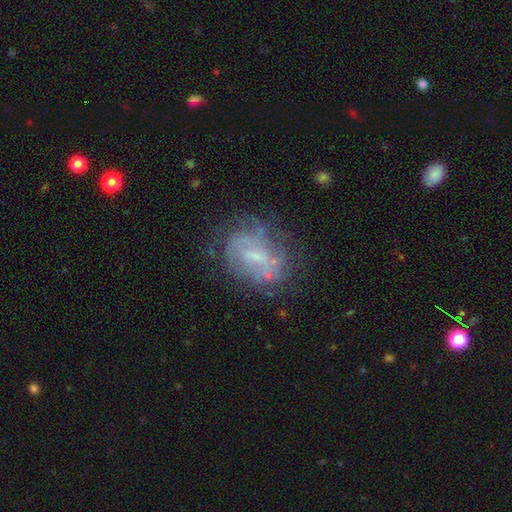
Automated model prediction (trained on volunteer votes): Morphology: type=featured or disk (67%); edge-on=no (97%); bar=weak (48%); spiral arms=yes (61%); bulge=small (47%); merging=none (58%).